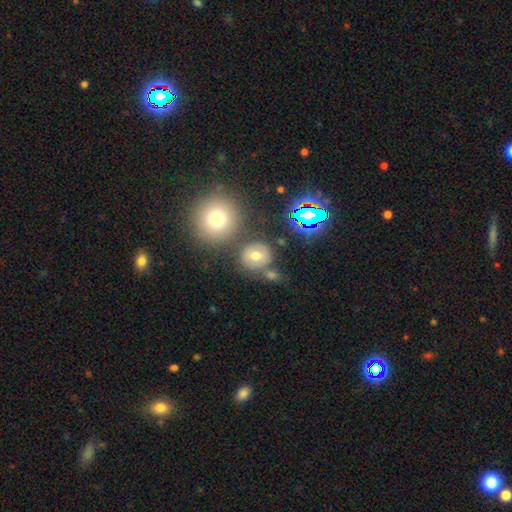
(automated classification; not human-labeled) Morphology: type=smooth (61%); roundness=round (80%); merging=none (71%).